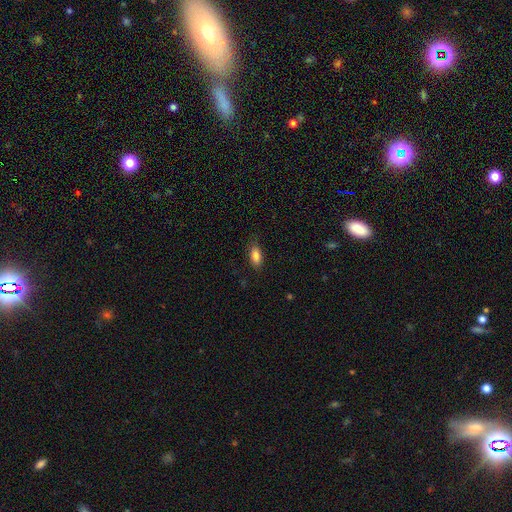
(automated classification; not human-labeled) Smooth or featured? smooth (85%)
How rounded? in between (86%)
Merging? none (81%)